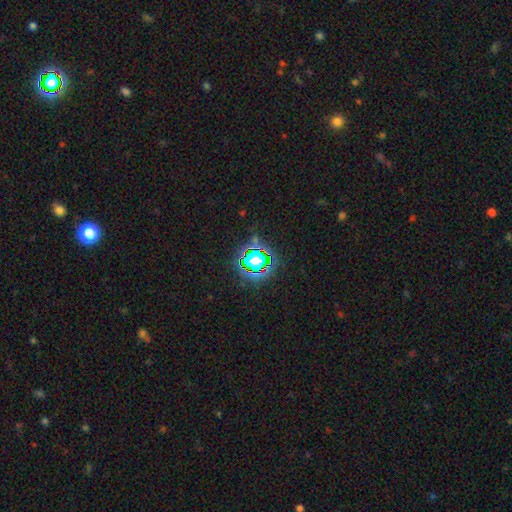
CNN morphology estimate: Smooth or featured?
  - star or artifact: 72% *
  - smooth: 18%
  - featured or disk: 10%